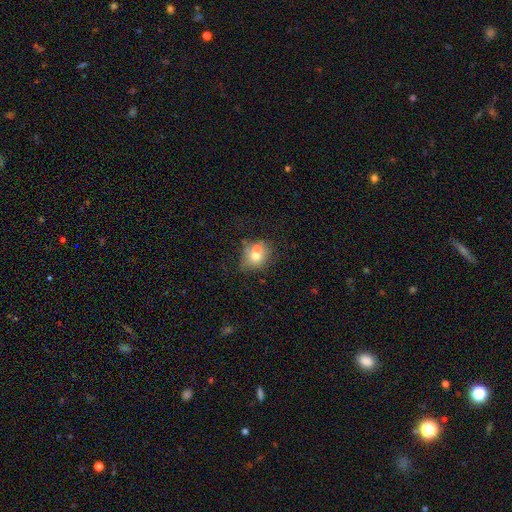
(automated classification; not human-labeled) smooth_or_featured: smooth (p=0.64) [alt: featured or disk p=0.25]
how_rounded: round (p=0.67) [alt: in between p=0.32]
merging: merger (p=0.44) [alt: none p=0.39]